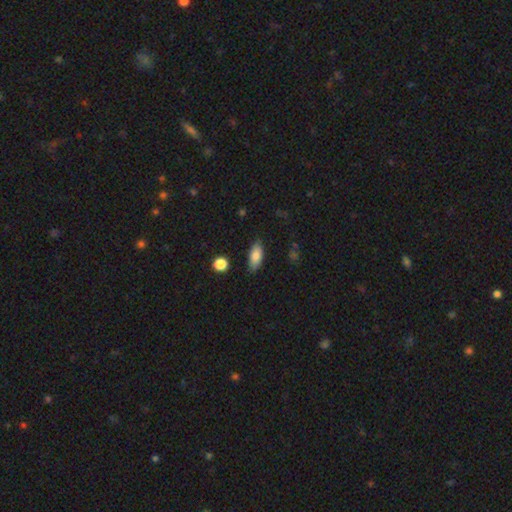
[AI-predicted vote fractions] Smooth or featured: smooth — 82% (featured or disk — 11%)
How rounded: in between — 84% (cigar-shaped — 13%)
Merging: none — 83% (minor disturbance — 13%)